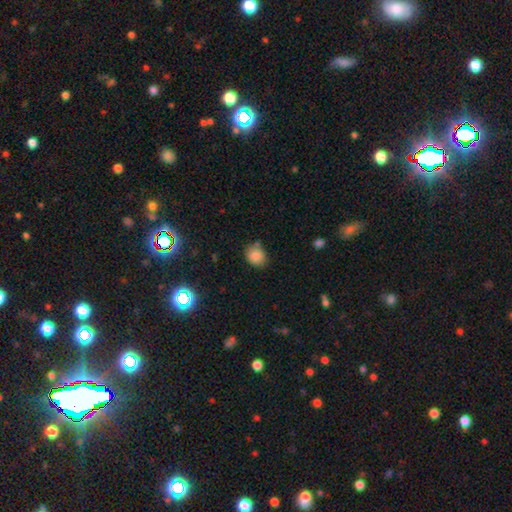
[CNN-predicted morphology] smooth_or_featured: smooth (p=0.84) [alt: star or artifact p=0.10]
how_rounded: round (p=0.62) [alt: in between p=0.37]
merging: none (p=0.71) [alt: minor disturbance p=0.19]